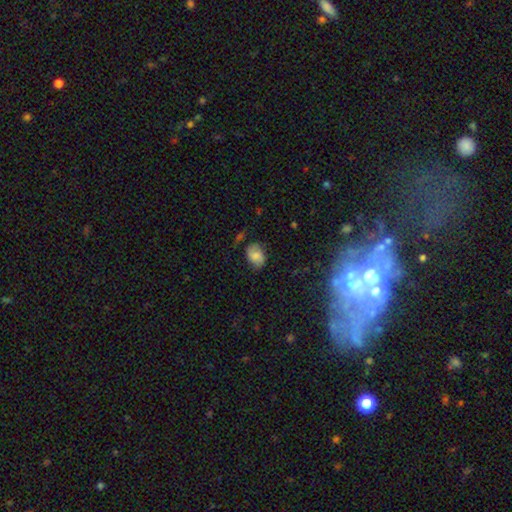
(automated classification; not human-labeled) Q: Smooth or featured?
A: smooth (64%); runner-up: featured or disk (26%)
Q: How rounded?
A: in between (73%); runner-up: round (26%)
Q: Merging?
A: none (67%); runner-up: minor disturbance (23%)